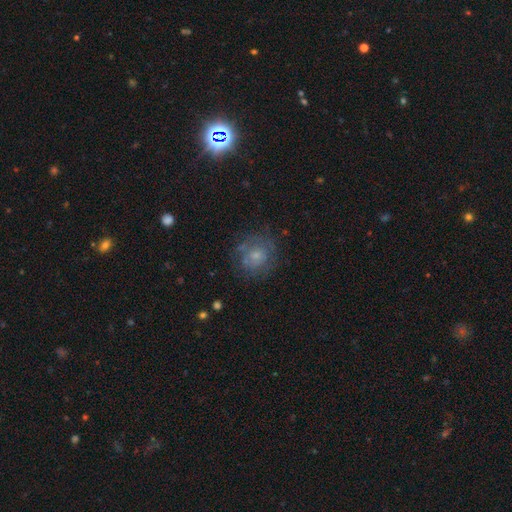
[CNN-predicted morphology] Q: Smooth or featured?
A: smooth (51%); runner-up: featured or disk (37%)
Q: How rounded?
A: round (84%); runner-up: in between (15%)
Q: Merging?
A: none (68%); runner-up: minor disturbance (18%)